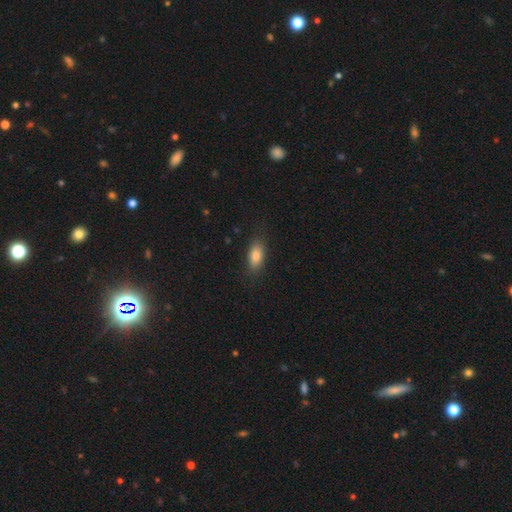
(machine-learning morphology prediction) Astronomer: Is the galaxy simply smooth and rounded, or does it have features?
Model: smooth — 84%.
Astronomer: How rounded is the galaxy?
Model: in between — 85%.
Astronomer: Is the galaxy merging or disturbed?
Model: none — 82%.